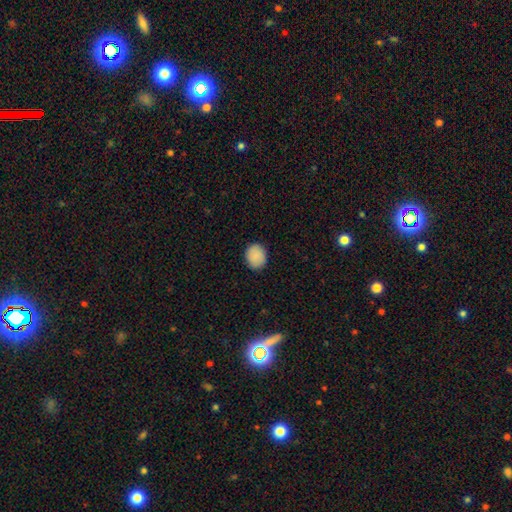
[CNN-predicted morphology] Overall: smooth (89%). How rounded: round (65%; in between 34%). Merging: none (88%).